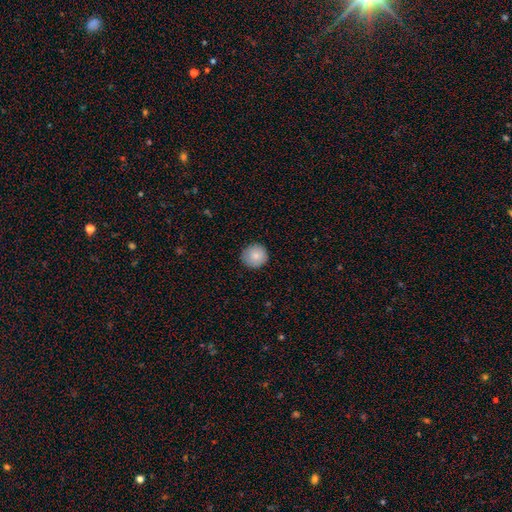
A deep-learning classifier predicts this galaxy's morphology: Smooth or featured? Predicted: smooth (p=0.84). How rounded? Predicted: round (p=0.92). Merging? Predicted: none (p=0.90).